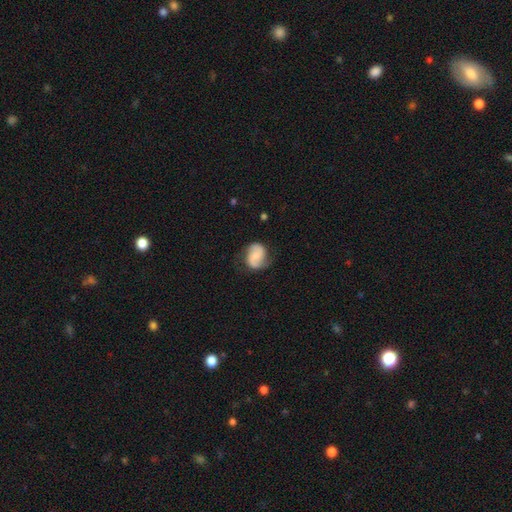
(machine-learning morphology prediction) This is likely a featured or disk galaxy (69%). It is clearly not viewed edge-on (98%). Bar: possibly no (58%). Spiral arm pattern: clearly yes (94%). Spiral arm count: clearly 2 (87%). Spiral winding: possibly medium (46%). Central bulge: possibly small (49%). Merging: likely none (70%).